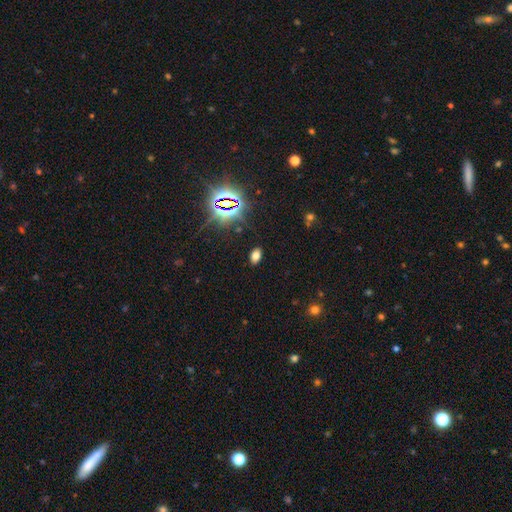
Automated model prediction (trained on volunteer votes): Morphology: type=smooth (65%); roundness=in between (90%); merging=none (88%).